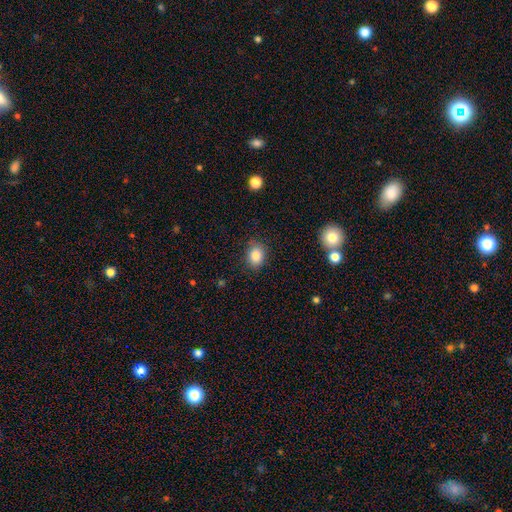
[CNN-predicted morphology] Smooth or featured?
  - smooth: 84% *
  - star or artifact: 10%
  - featured or disk: 6%
How rounded?
  - in between: 57% *
  - round: 42%
  - cigar-shaped: 1%
Merging?
  - none: 83% *
  - minor disturbance: 13%
  - major disturbance: 3%
  - merger: 1%